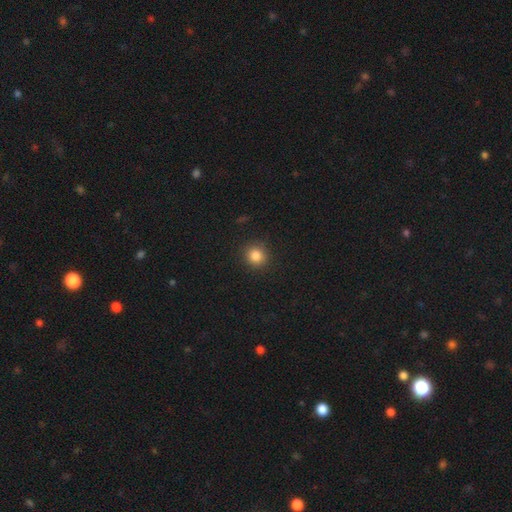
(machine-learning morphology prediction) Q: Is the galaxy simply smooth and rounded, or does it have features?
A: smooth — 84%.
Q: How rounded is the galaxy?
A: round — 91%.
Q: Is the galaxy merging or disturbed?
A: none — 90%.